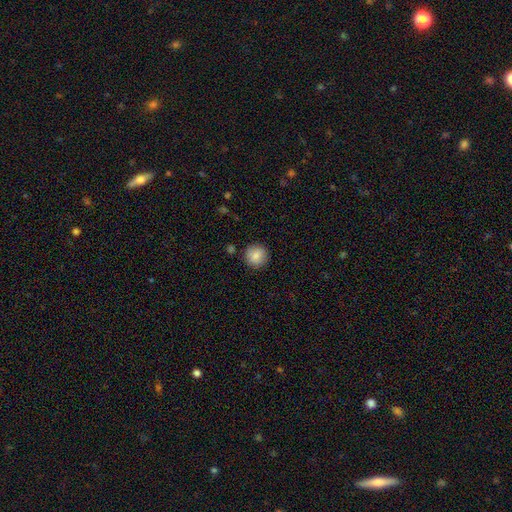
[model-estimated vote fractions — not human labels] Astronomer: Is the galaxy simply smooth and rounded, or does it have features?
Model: smooth — 86%.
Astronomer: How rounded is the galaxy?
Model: round — 94%.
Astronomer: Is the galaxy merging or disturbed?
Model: none — 89%.